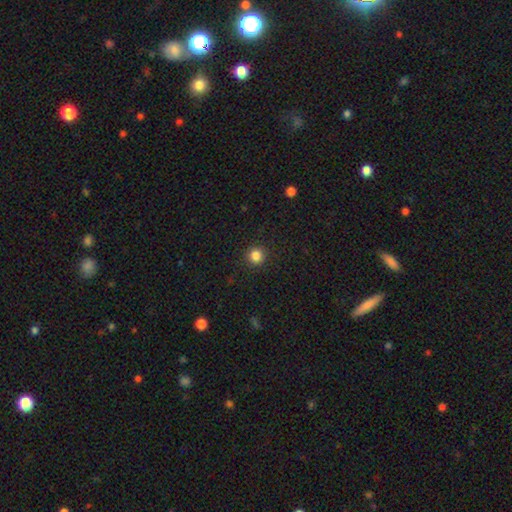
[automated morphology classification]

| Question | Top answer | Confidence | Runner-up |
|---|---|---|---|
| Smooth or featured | smooth | 85% | star or artifact (11%) |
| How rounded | round | 94% | in between (5%) |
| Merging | none | 92% | minor disturbance (5%) |